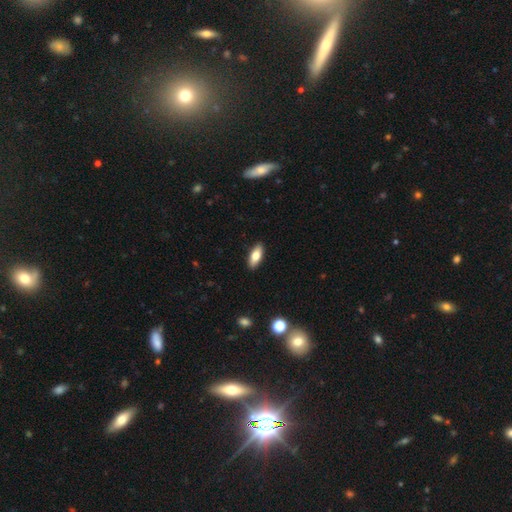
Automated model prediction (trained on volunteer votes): Morphology: type=smooth (74%); roundness=in between (78%); merging=none (90%).